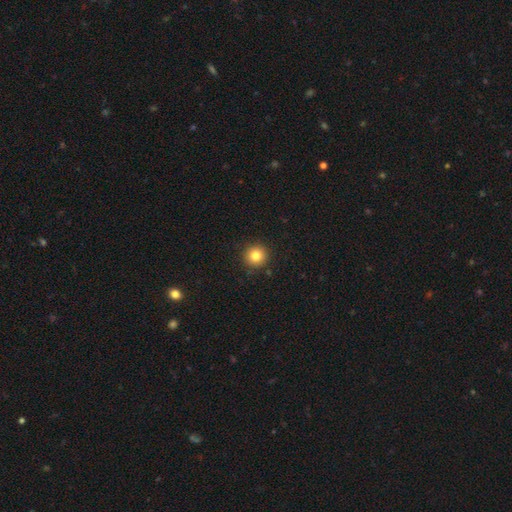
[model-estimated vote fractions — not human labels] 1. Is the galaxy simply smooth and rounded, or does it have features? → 82% smooth, 11% star or artifact, 7% featured or disk.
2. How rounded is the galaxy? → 95% round, 4% in between, 1% cigar-shaped.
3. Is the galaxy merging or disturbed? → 91% none, 6% minor disturbance, 2% major disturbance, 1% merger.